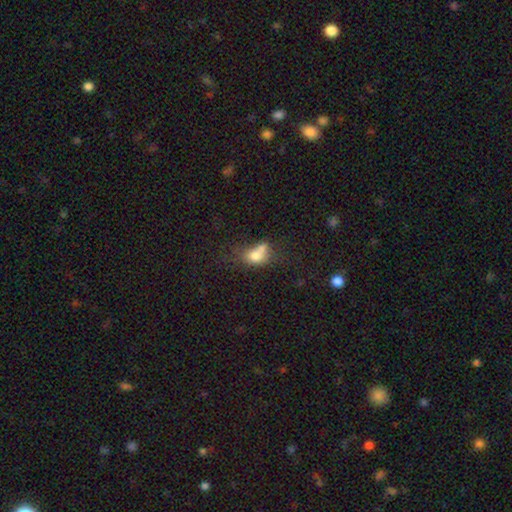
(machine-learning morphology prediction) Smooth or featured?
  - smooth: 71% *
  - featured or disk: 17%
  - star or artifact: 12%
How rounded?
  - in between: 66% *
  - round: 31%
  - cigar-shaped: 3%
Merging?
  - merger: 43% *
  - none: 25%
  - minor disturbance: 17%
  - major disturbance: 15%